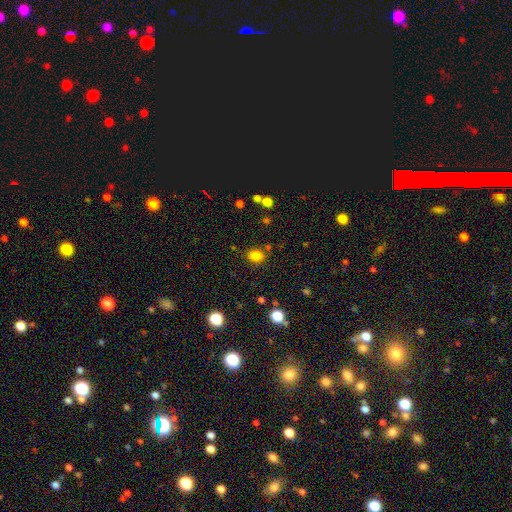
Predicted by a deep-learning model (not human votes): Q: Smooth or featured?
A: smooth (81%); runner-up: star or artifact (14%)
Q: How rounded?
A: round (55%); runner-up: in between (44%)
Q: Merging?
A: none (80%); runner-up: minor disturbance (11%)